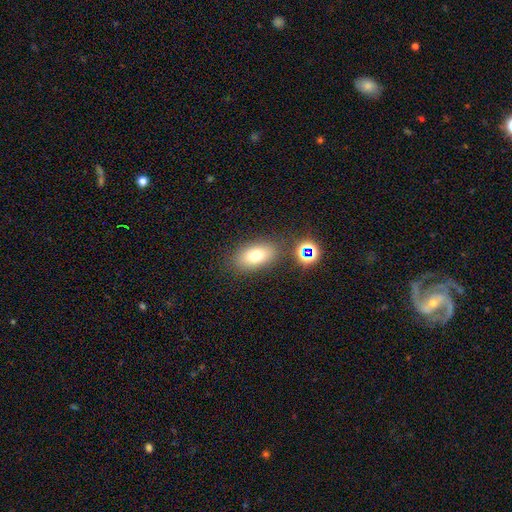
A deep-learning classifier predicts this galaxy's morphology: smooth-or-featured: smooth: 74% | featured or disk: 14% | star or artifact: 12%
  how-rounded: in between: 85% | round: 12% | cigar-shaped: 4%
  merging: none: 80% | minor disturbance: 11% | merger: 5% | major disturbance: 4%